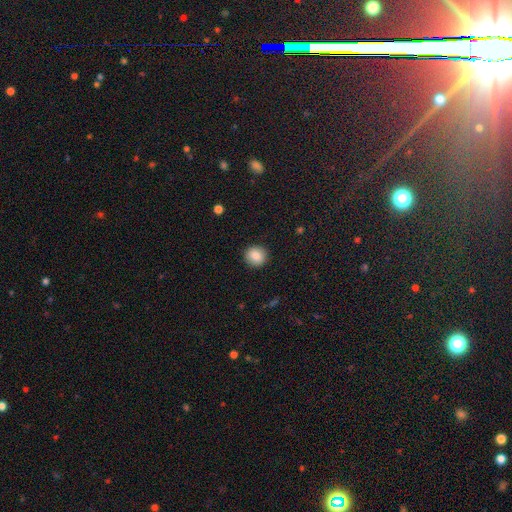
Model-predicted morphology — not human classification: A smooth galaxy with no disk features (86%) that is round (90%).

Vote fractions:
- Smooth or featured? smooth: 86% / star or artifact: 9% / featured or disk: 5%
- How rounded? round: 90% / in between: 9% / cigar-shaped: 1%
- Merging? none: 91% / minor disturbance: 6% / major disturbance: 2% / merger: 1%